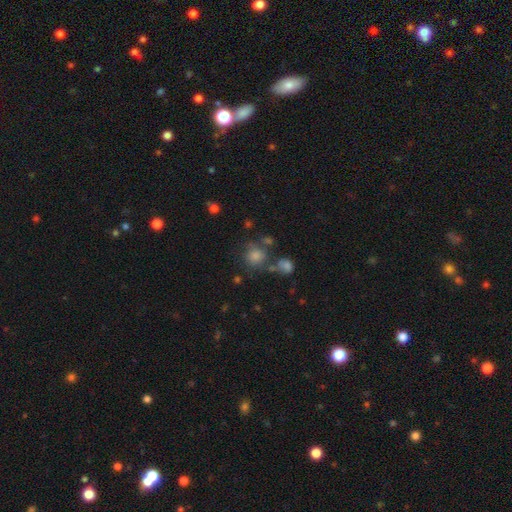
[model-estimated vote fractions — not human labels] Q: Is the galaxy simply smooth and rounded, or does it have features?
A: smooth — 65%.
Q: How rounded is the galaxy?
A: round — 85%.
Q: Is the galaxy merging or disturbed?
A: none — 61%.